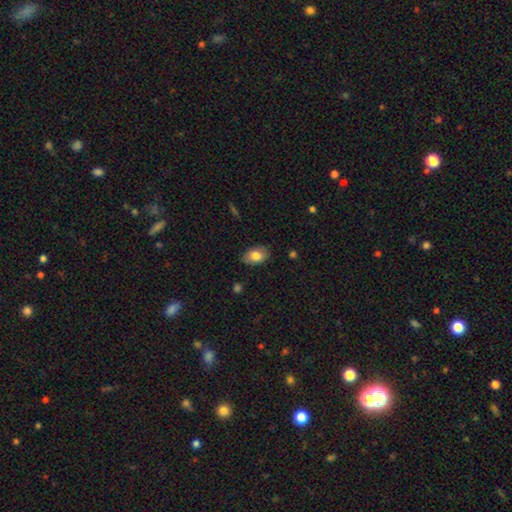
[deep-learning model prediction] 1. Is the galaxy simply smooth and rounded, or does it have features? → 80% smooth, 13% featured or disk, 7% star or artifact.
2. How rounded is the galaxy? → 87% in between, 11% round, 1% cigar-shaped.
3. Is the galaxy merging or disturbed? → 84% none, 13% minor disturbance, 2% major disturbance, 1% merger.